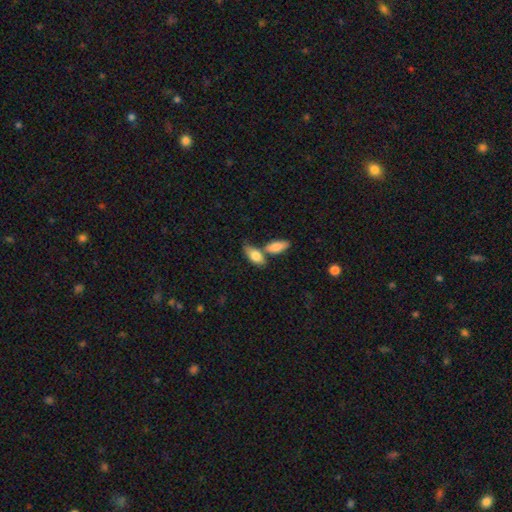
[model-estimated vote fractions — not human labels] The model was most divided on "merging": none: 41%, merger: 40%, minor disturbance: 14%, major disturbance: 5%. More confident: how rounded — in between (86%); smooth or featured — smooth (79%).